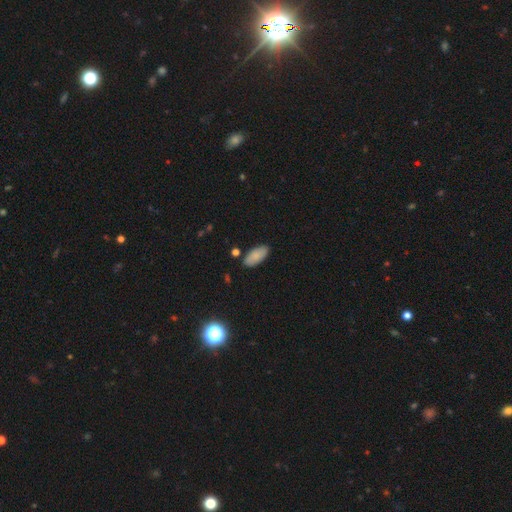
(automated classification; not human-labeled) Smooth or featured: smooth — 85% (featured or disk — 8%)
How rounded: in between — 90% (cigar-shaped — 8%)
Merging: none — 85% (minor disturbance — 11%)